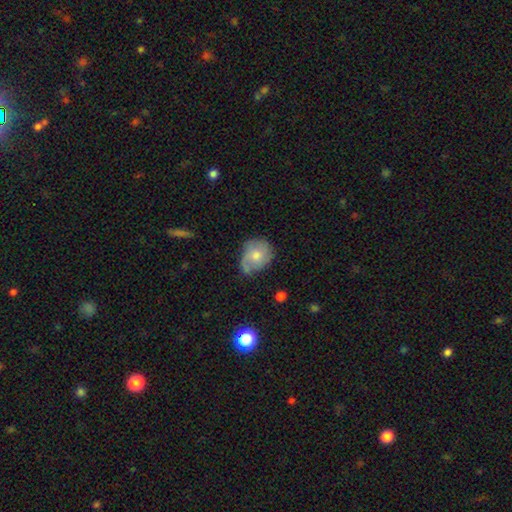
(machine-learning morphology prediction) smooth_or_featured: smooth (p=0.58) [alt: featured or disk p=0.35]
how_rounded: round (p=0.54) [alt: in between p=0.45]
merging: none (p=0.47) [alt: minor disturbance p=0.37]